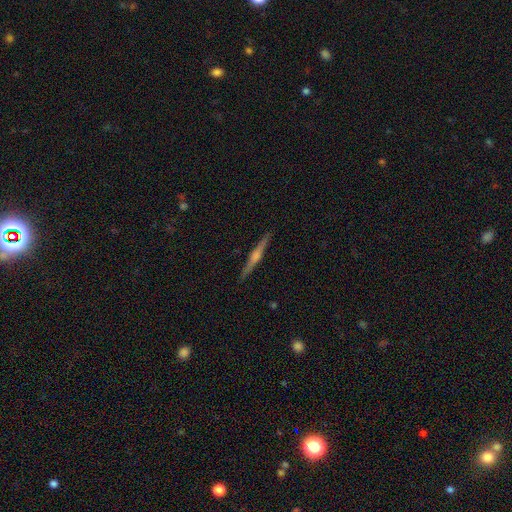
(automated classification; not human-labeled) Morphology: type=featured or disk (78%); edge-on=yes (98%); edge-on bulge=rounded (81%); merging=none (92%).